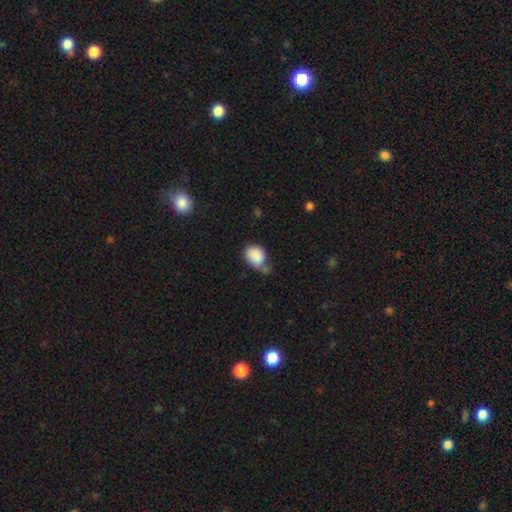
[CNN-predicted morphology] Q: Smooth or featured?
A: smooth (87%); runner-up: star or artifact (8%)
Q: How rounded?
A: in between (51%); runner-up: round (48%)
Q: Merging?
A: none (41%); runner-up: minor disturbance (30%)